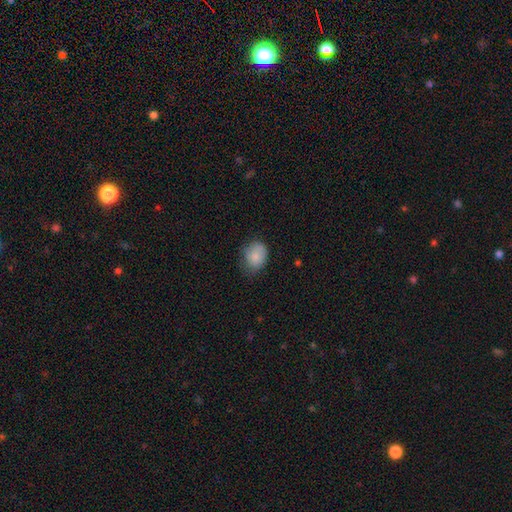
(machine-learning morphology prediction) smooth 84%, featured or disk 8%, star or artifact 8%. Down the decision tree: how rounded — in between (51%); merging — none (59%).